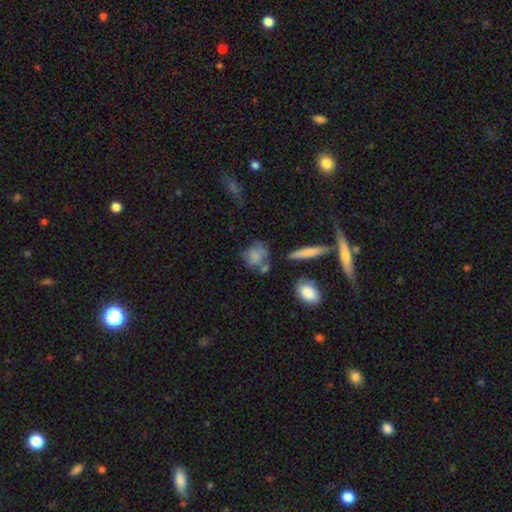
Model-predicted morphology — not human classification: A smooth galaxy with no disk features (75%) that is round (61%).

Vote fractions:
- Smooth or featured? smooth: 75% / featured or disk: 17% / star or artifact: 9%
- How rounded? round: 61% / in between: 35% / cigar-shaped: 4%
- Merging? none: 49% / minor disturbance: 21% / merger: 19% / major disturbance: 11%